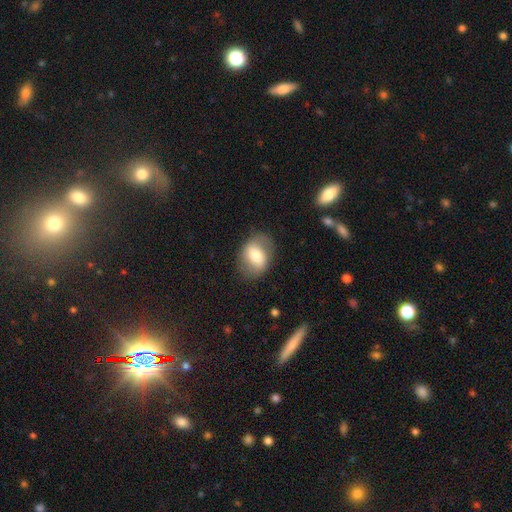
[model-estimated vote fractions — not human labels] The model was most divided on "smooth or featured": smooth: 55%, featured or disk: 38%, star or artifact: 7%. More confident: merging — none (78%); how rounded — in between (69%).